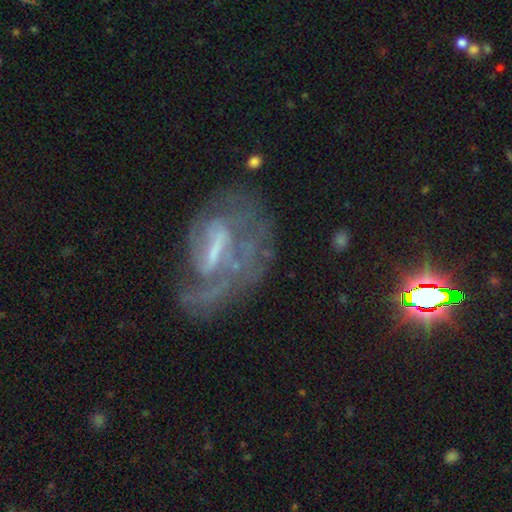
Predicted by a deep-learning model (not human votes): This is likely a featured or disk galaxy (67%). It is clearly not viewed edge-on (93%). Bar: marginally weak (43%). Spiral arm pattern: likely yes (69%). Central bulge: marginally small (38%). Merging: possibly none (47%).